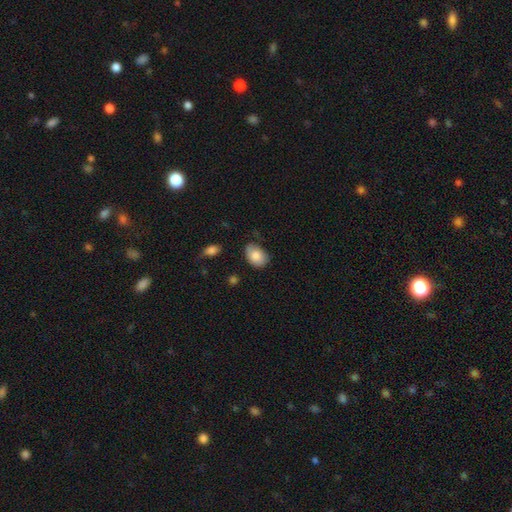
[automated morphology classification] smooth-or-featured: smooth: 82% | featured or disk: 11% | star or artifact: 7%
  how-rounded: in between: 82% | round: 17% | cigar-shaped: 1%
  merging: none: 64% | minor disturbance: 28% | major disturbance: 6% | merger: 2%